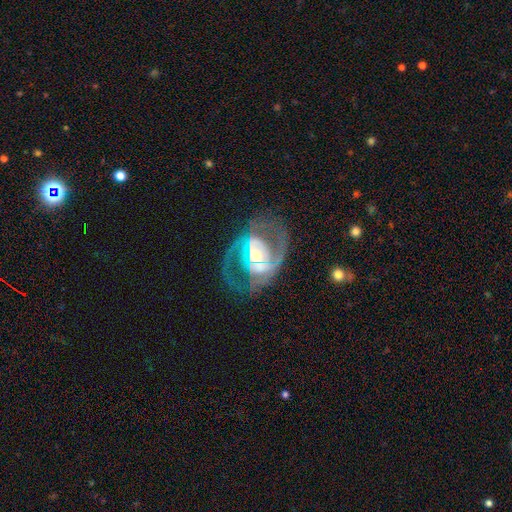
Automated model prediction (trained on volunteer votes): featured or disk 87%, smooth 7%, star or artifact 6%. Down the decision tree: edge-on disk — no (96%); bar — weak (35%); spiral arms — yes (89%); spiral arm count — 2 (82%); spiral winding — medium (55%); bulge size — moderate (58%); merging — none (63%).